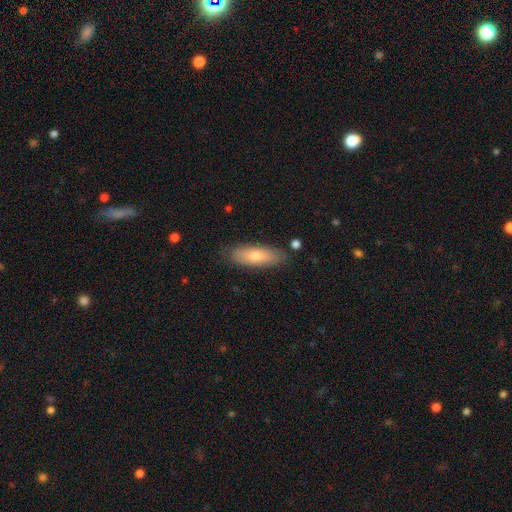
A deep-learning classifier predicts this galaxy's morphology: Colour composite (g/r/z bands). It shows a smooth galaxy with no disk features (69%) that is in between round and cigar-shaped (62%). Merging: none (82%).